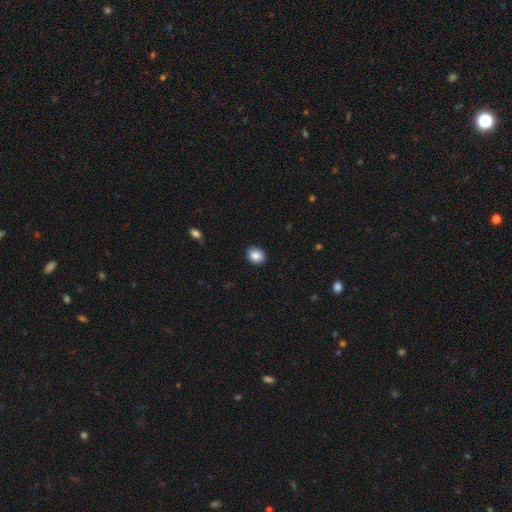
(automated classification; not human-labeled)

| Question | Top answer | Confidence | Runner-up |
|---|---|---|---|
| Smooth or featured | smooth | 87% | star or artifact (9%) |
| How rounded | round | 67% | in between (32%) |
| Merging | none | 91% | minor disturbance (7%) |